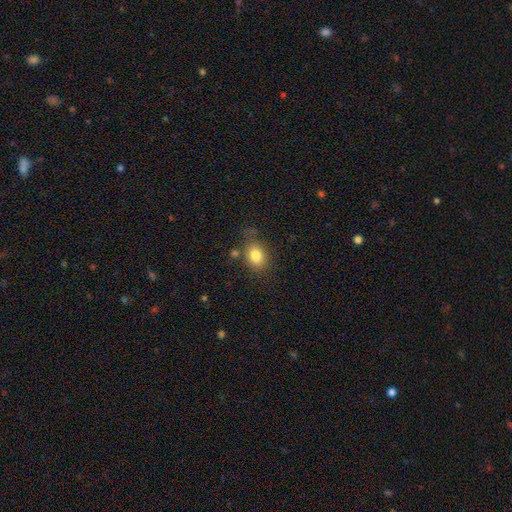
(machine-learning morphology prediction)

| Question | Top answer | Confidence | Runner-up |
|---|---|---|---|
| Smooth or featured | smooth | 82% | star or artifact (9%) |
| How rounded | in between | 63% | round (36%) |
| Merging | none | 68% | minor disturbance (19%) |